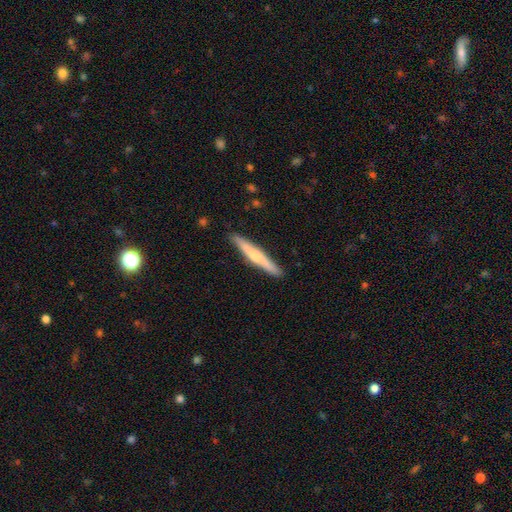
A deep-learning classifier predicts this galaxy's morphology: featured or disk 49%, smooth 46%, star or artifact 5%. Down the decision tree: merging — none (91%).